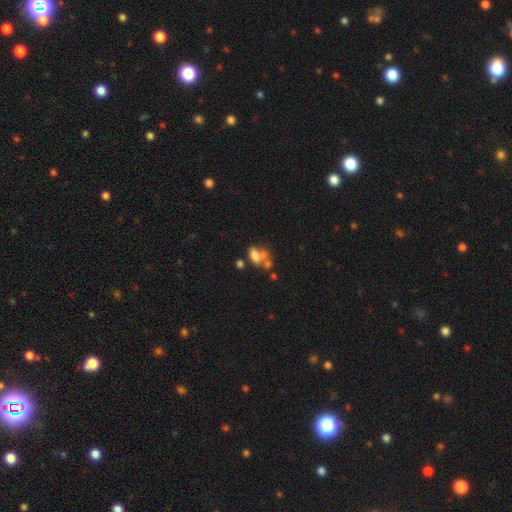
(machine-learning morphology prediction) Smooth or featured: smooth — 61% (featured or disk — 26%)
How rounded: in between — 83% (round — 11%)
Merging: merger — 47% (none — 27%)